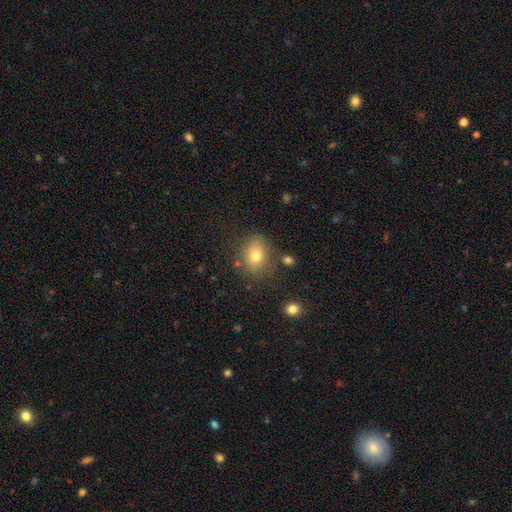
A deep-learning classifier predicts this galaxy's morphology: Q: Smooth or featured?
A: smooth (75%); runner-up: featured or disk (13%)
Q: How rounded?
A: in between (51%); runner-up: round (48%)
Q: Merging?
A: none (77%); runner-up: minor disturbance (14%)